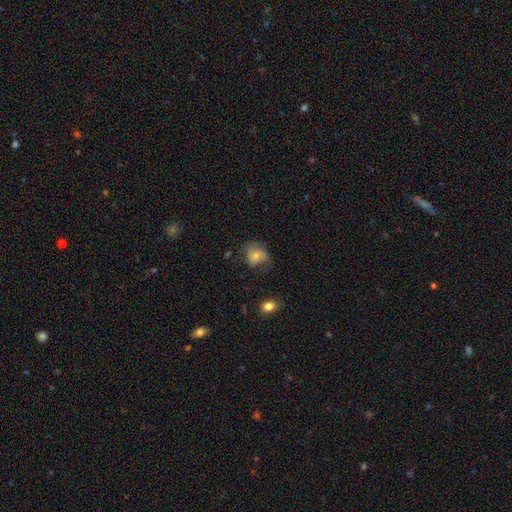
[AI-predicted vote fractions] Smooth or featured: smooth — 61% (featured or disk — 30%)
How rounded: in between — 51% (round — 48%)
Merging: none — 49% (minor disturbance — 30%)